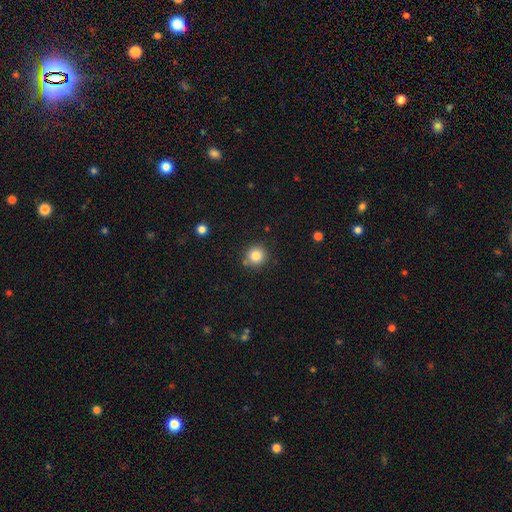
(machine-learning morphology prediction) smooth-or-featured: smooth: 83% | star or artifact: 11% | featured or disk: 6%
  how-rounded: round: 93% | in between: 6% | cigar-shaped: 1%
  merging: none: 85% | minor disturbance: 8% | merger: 4% | major disturbance: 2%